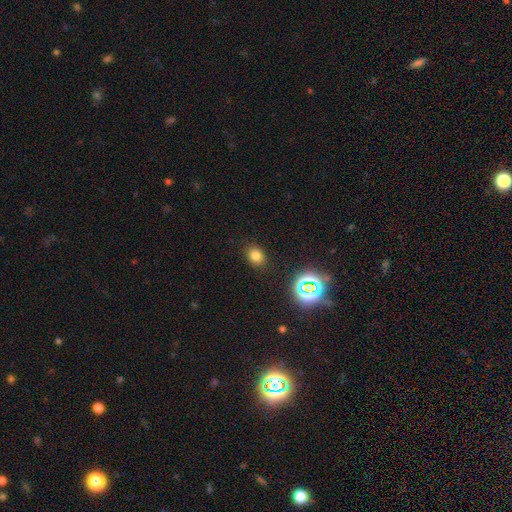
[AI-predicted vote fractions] A smooth galaxy with no disk features (75%) that is round (50%). Merging: none (87%).